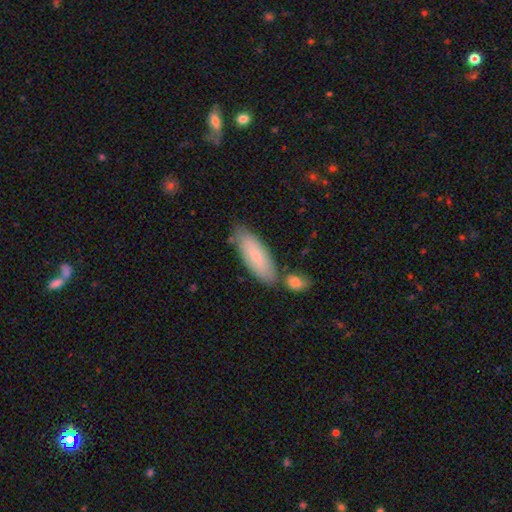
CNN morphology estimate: Smooth or featured: smooth — 79% (featured or disk — 16%)
How rounded: in between — 63% (cigar-shaped — 36%)
Merging: none — 70% (minor disturbance — 15%)